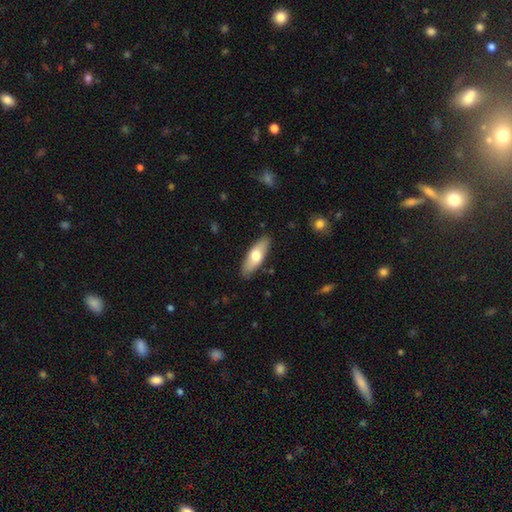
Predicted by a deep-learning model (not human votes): This is likely a smooth galaxy (65%). How rounded: likely in between (64%). Merging: clearly none (87%).